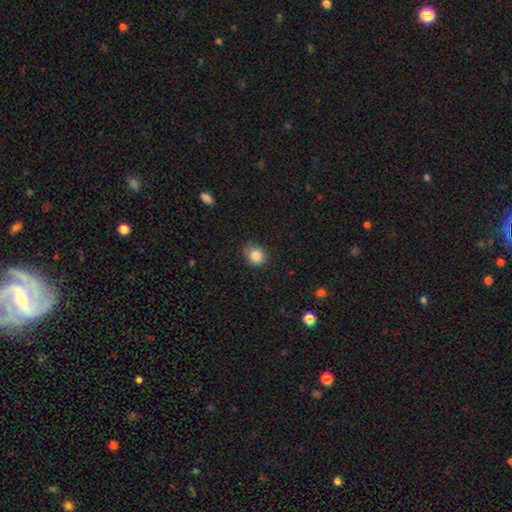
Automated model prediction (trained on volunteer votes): Overall: smooth (85%). How rounded: round (71%). Merging: none (71%).